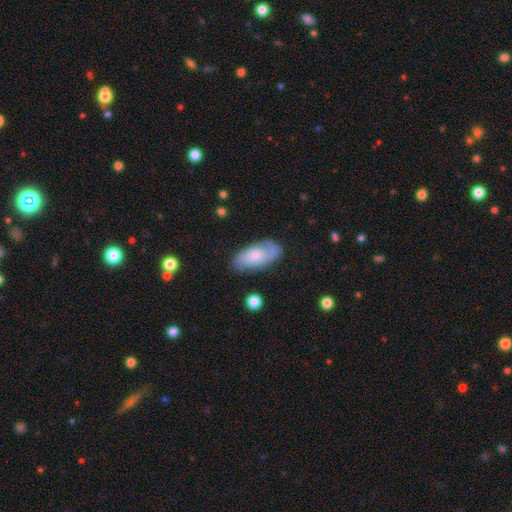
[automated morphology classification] This is possibly a featured or disk galaxy (52%). It is clearly not viewed edge-on (92%). Merging: likely none (73%).